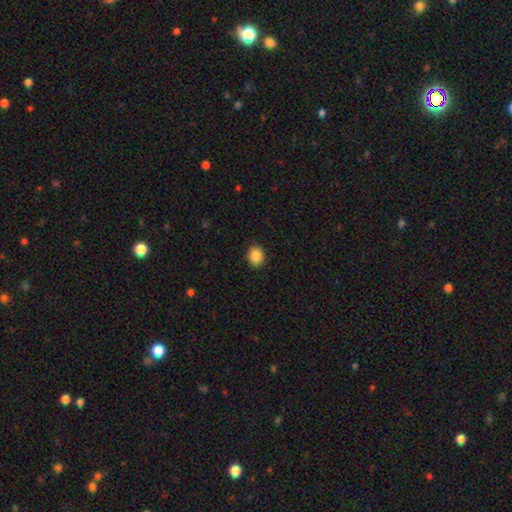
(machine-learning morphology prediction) smooth-or-featured: smooth: 88% | star or artifact: 9% | featured or disk: 4%
  how-rounded: round: 63% | in between: 36% | cigar-shaped: 1%
  merging: none: 90% | minor disturbance: 7% | major disturbance: 2% | merger: 1%